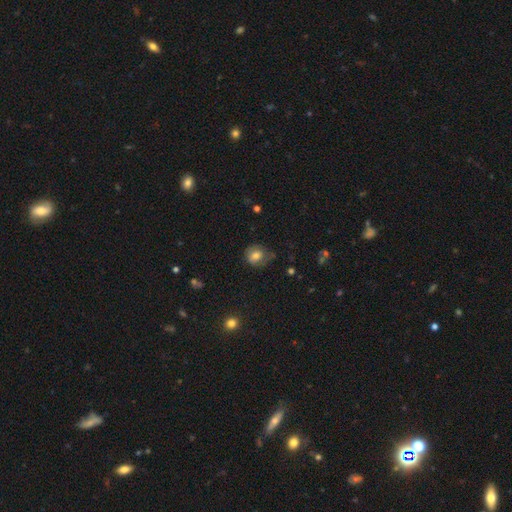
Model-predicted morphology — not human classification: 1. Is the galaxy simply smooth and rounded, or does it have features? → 69% smooth, 20% featured or disk, 10% star or artifact.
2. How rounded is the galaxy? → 76% round, 23% in between, 1% cigar-shaped.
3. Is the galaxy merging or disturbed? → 60% none, 26% minor disturbance, 12% major disturbance, 2% merger.